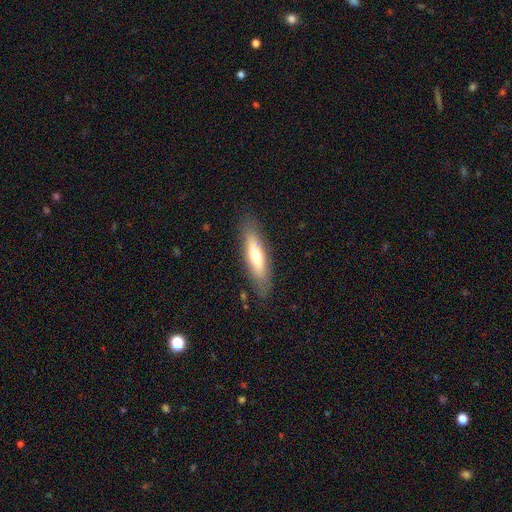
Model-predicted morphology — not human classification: A smooth galaxy with no disk features (57%) that is cigar-shaped (68%).

Vote fractions:
- Smooth or featured? smooth: 57% / featured or disk: 37% / star or artifact: 6%
- How rounded? cigar-shaped: 68% / in between: 30% / round: 2%
- Merging? none: 84% / minor disturbance: 11% / major disturbance: 3% / merger: 1%